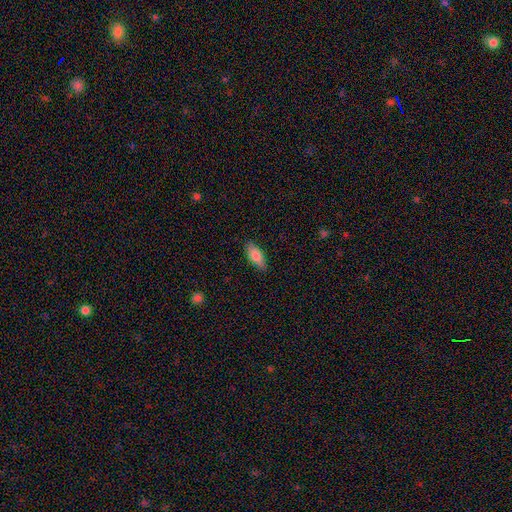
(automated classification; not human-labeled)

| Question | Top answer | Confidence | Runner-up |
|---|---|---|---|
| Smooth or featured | smooth | 80% | featured or disk (13%) |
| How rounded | in between | 76% | cigar-shaped (21%) |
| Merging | none | 86% | minor disturbance (10%) |